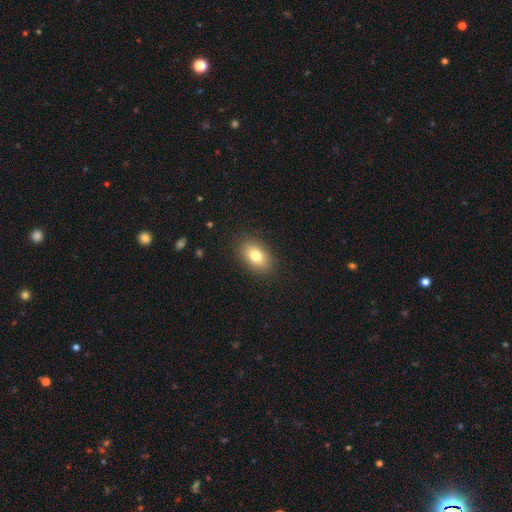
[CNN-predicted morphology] The model was most divided on "smooth or featured": smooth: 80%, featured or disk: 11%, star or artifact: 9%. More confident: merging — none (88%); how rounded — in between (87%).